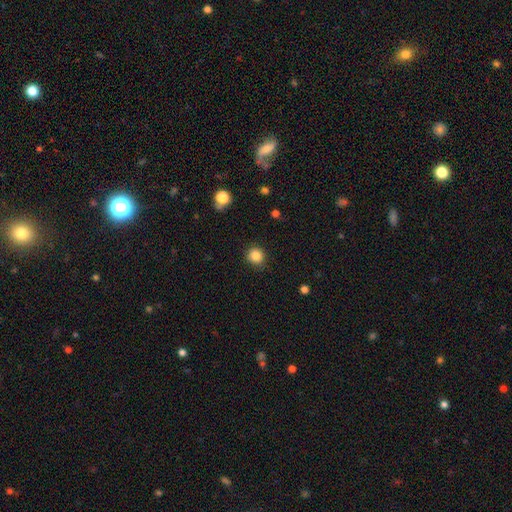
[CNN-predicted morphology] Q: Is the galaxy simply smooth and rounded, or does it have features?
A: smooth — 85%.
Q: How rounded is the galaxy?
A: round — 88%.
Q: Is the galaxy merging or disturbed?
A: none — 88%.